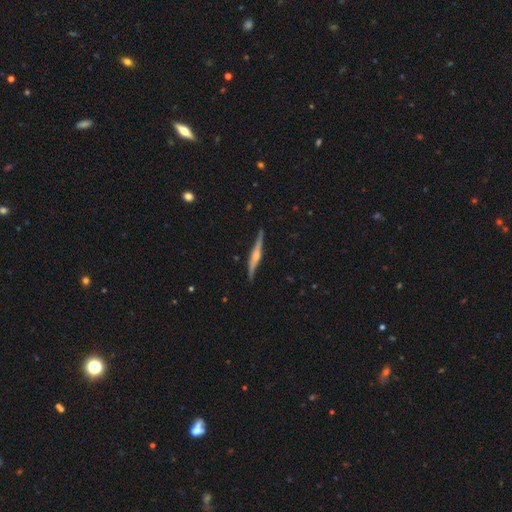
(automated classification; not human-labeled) Smooth or featured?
  - featured or disk: 74% *
  - smooth: 20%
  - star or artifact: 5%
Edge-on disk?
  - yes: 97% *
  - no: 3%
Edge-on bulge?
  - rounded: 79% *
  - none: 11%
  - boxy: 10%
Merging?
  - none: 85% *
  - minor disturbance: 12%
  - major disturbance: 2%
  - merger: 1%